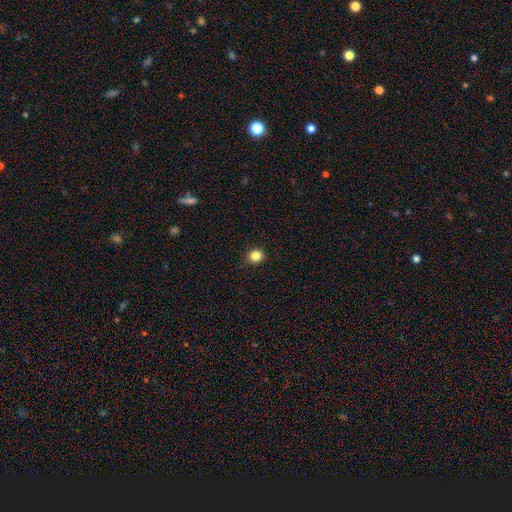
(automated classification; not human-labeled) Overall: smooth (84%). How rounded: round (84%). Merging: none (89%).